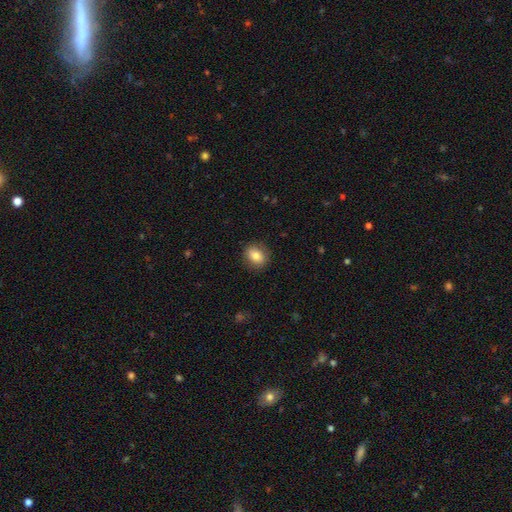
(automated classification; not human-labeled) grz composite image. It shows a smooth galaxy with no disk features (81%) that is round (53%). Merging: none (86%).